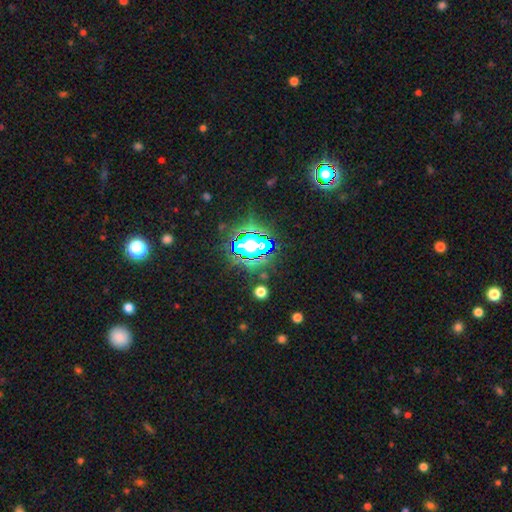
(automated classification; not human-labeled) The model was most divided on "smooth or featured": star or artifact: 80%, smooth: 12%, featured or disk: 7%.